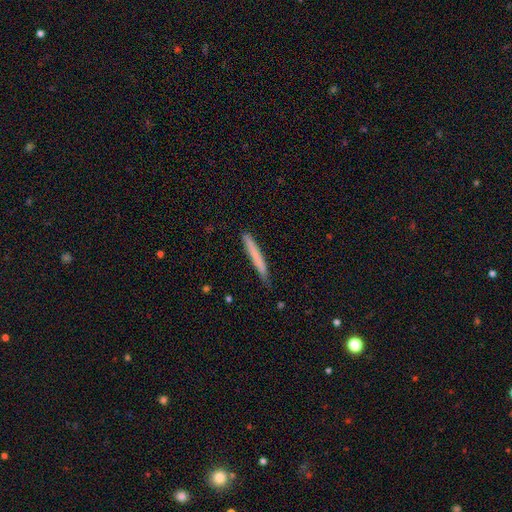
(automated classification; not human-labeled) smooth_or_featured: smooth (p=0.70) [alt: featured or disk p=0.24]
how_rounded: cigar-shaped (p=0.97) [alt: in between p=0.02]
merging: none (p=0.82) [alt: minor disturbance p=0.14]